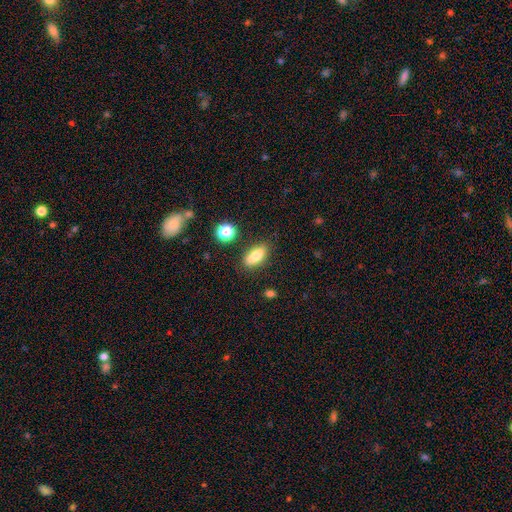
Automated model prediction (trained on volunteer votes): Overall: smooth (70%). How rounded: in between (74%). Merging: none (73%).